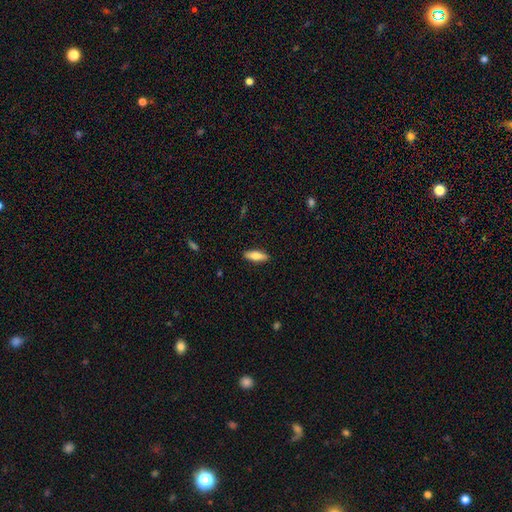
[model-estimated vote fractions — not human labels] Overall: smooth (69%). How rounded: in between (52%; cigar-shaped 46%). Merging: none (90%).